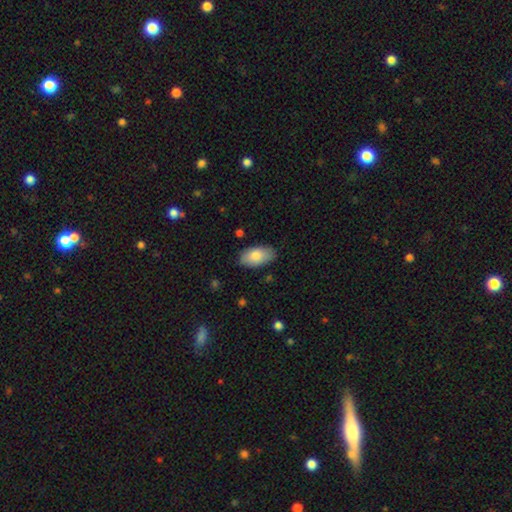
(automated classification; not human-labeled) smooth 81%, featured or disk 13%, star or artifact 6%. Down the decision tree: how rounded — in between (95%); merging — none (83%).